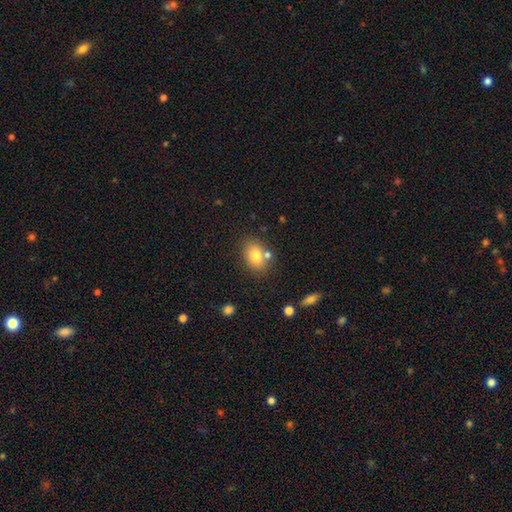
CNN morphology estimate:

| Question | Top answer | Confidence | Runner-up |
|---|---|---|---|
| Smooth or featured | smooth | 79% | featured or disk (11%) |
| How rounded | in between | 72% | round (27%) |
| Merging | none | 69% | merger (14%) |